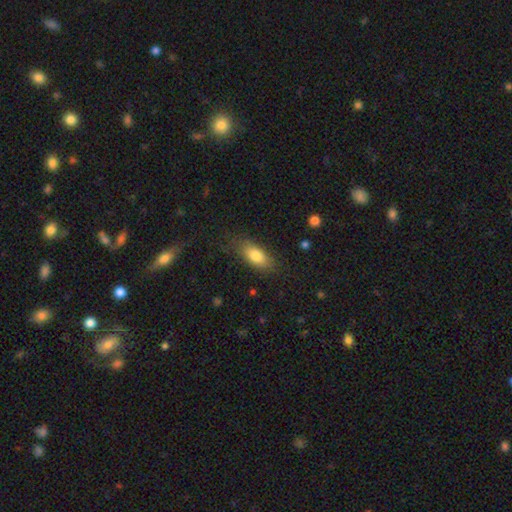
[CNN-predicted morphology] This appears to be a smooth galaxy with no disk features (80%) that is in between round and cigar-shaped (84%). Merging: none (75%).